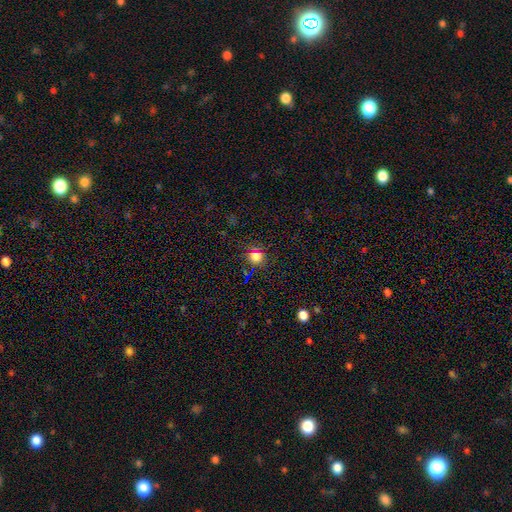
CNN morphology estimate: Smooth or featured?
  - smooth: 70% *
  - star or artifact: 24%
  - featured or disk: 6%
How rounded?
  - round: 90% *
  - in between: 9%
  - cigar-shaped: 1%
Merging?
  - none: 86% *
  - minor disturbance: 9%
  - major disturbance: 3%
  - merger: 2%